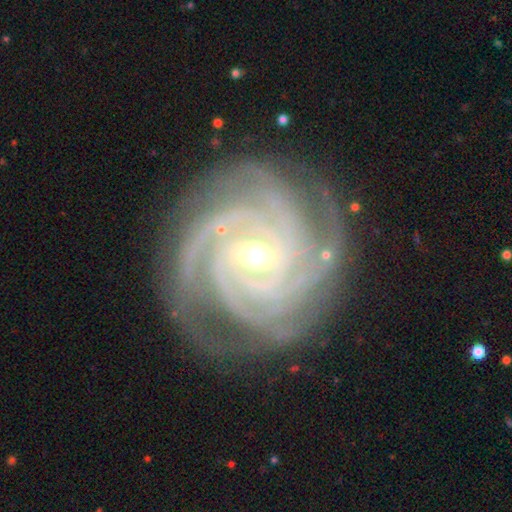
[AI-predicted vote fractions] smooth-or-featured: featured or disk: 93% | star or artifact: 4% | smooth: 3%
  disk-edge-on: no: 98% | yes: 2%
    bar: weak: 48% | no: 27% | strong: 25%
    has-spiral-arms: yes: 99% | no: 1%
      spiral-winding: tight: 82% | medium: 16% | loose: 2%
      spiral-arm-count: 4: 36% | 3: 20% | more than 4: 16% | can't tell: 12% | 2: 9% | 1: 8%
    bulge-size: moderate: 49% | small: 48% | large: 2% | none: 1% | dominant: 1%
  merging: none: 82% | minor disturbance: 13% | major disturbance: 4% | merger: 1%